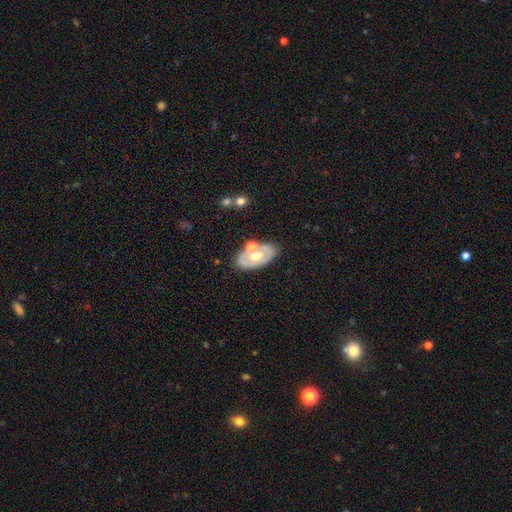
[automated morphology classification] Smooth or featured? Predicted: featured or disk (p=0.58). Edge-on disk? Predicted: no (p=0.90). Bar? Predicted: no (p=0.82). Spiral arms? Predicted: no (p=0.81). Bulge size? Predicted: moderate (p=0.73). Merging? Predicted: none (p=0.65).